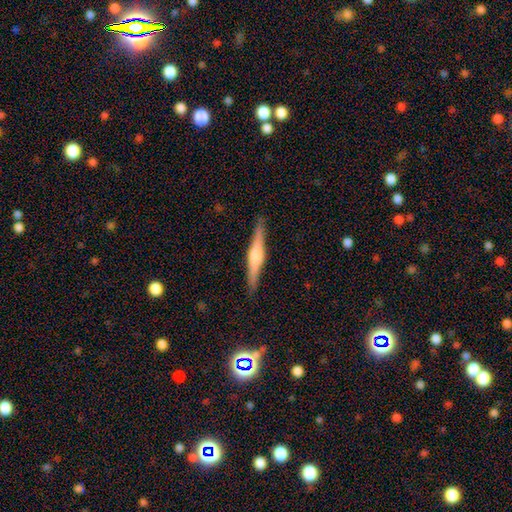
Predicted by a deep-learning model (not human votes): Morphology: type=featured or disk (69%); edge-on=yes (98%); edge-on bulge=rounded (80%); merging=none (91%).